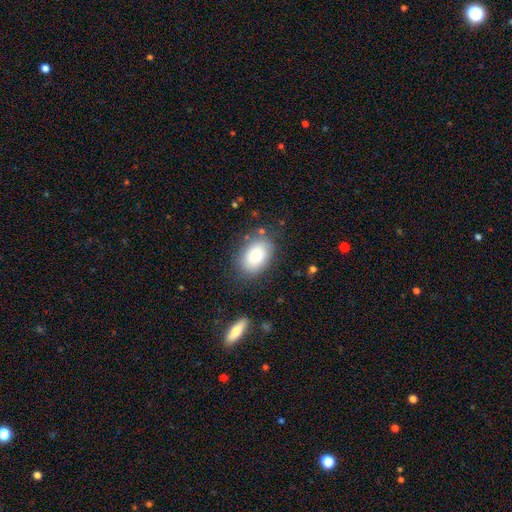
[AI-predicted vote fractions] Smooth or featured? smooth (80%)
How rounded? in between (85%)
Merging? none (78%)